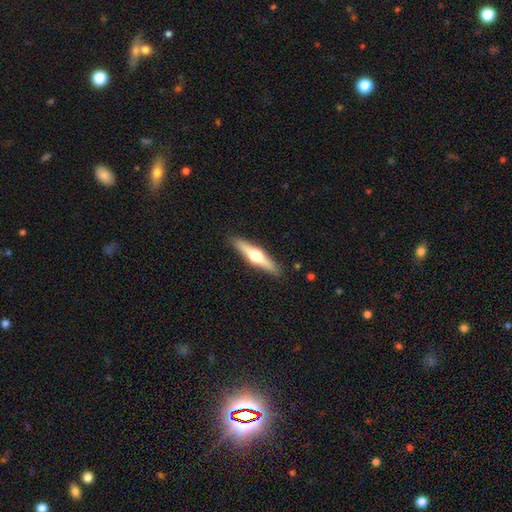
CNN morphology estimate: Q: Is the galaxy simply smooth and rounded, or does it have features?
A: featured or disk — 63%.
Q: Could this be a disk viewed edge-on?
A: yes — 96%.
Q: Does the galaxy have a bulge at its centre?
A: rounded — 95%.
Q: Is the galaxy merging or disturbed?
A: none — 90%.